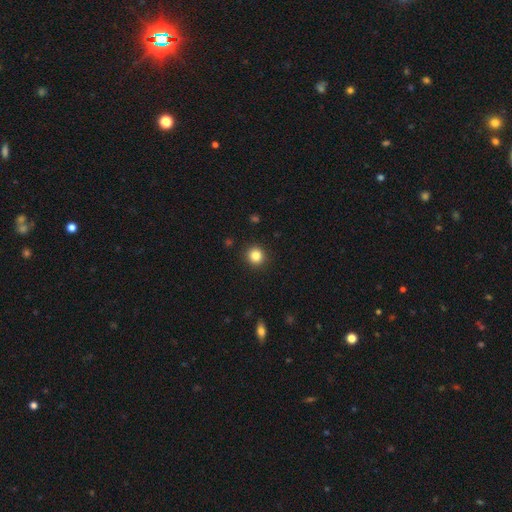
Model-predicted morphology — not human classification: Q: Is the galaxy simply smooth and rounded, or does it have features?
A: smooth — 85%.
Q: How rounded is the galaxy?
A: round — 92%.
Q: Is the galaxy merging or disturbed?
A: none — 92%.